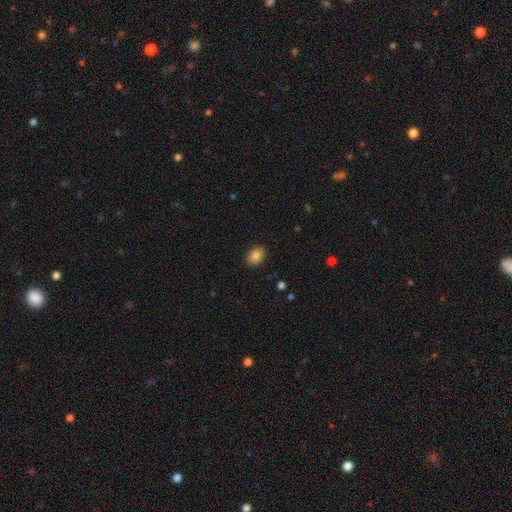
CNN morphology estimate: This is clearly a smooth galaxy (85%). How rounded: likely in between (72%). Merging: clearly none (88%).